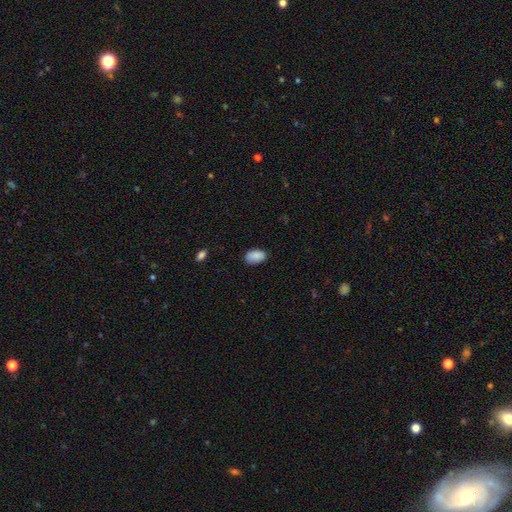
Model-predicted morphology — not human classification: Q: Smooth or featured?
A: smooth (89%); runner-up: star or artifact (7%)
Q: How rounded?
A: in between (92%); runner-up: round (7%)
Q: Merging?
A: none (83%); runner-up: minor disturbance (14%)